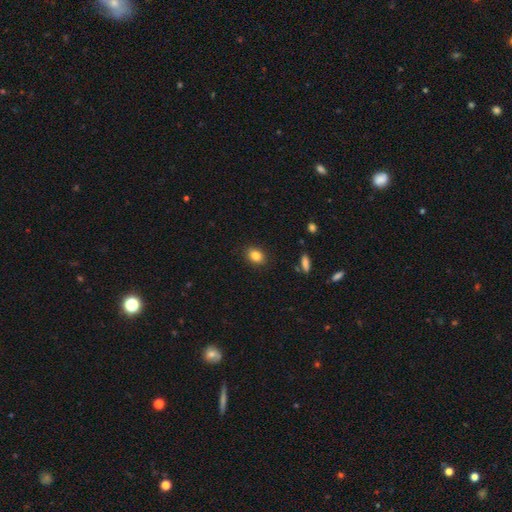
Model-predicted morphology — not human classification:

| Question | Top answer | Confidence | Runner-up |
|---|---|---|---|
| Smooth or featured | smooth | 82% | star or artifact (10%) |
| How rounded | in between | 65% | round (34%) |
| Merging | none | 89% | minor disturbance (8%) |